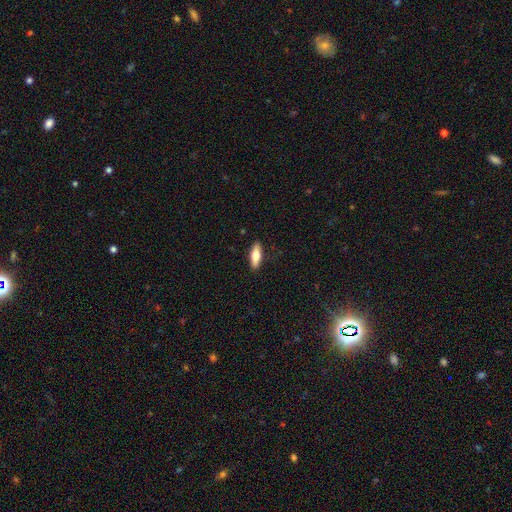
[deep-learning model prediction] Q: Smooth or featured?
A: smooth (66%); runner-up: featured or disk (28%)
Q: How rounded?
A: in between (55%); runner-up: cigar-shaped (42%)
Q: Merging?
A: none (89%); runner-up: minor disturbance (8%)